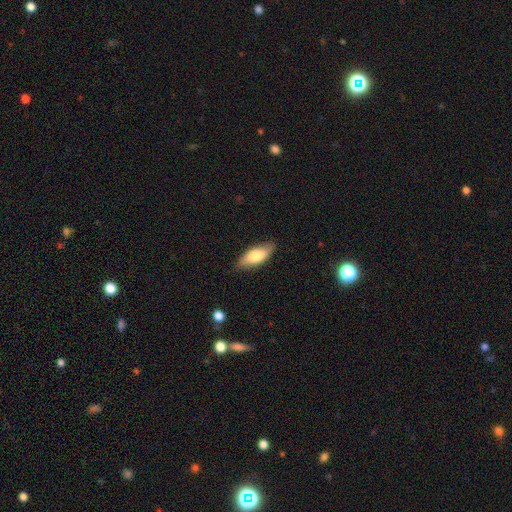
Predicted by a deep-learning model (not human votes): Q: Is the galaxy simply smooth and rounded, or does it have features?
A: smooth — 73%.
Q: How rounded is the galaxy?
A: in between — 76%.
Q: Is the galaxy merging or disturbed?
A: none — 82%.